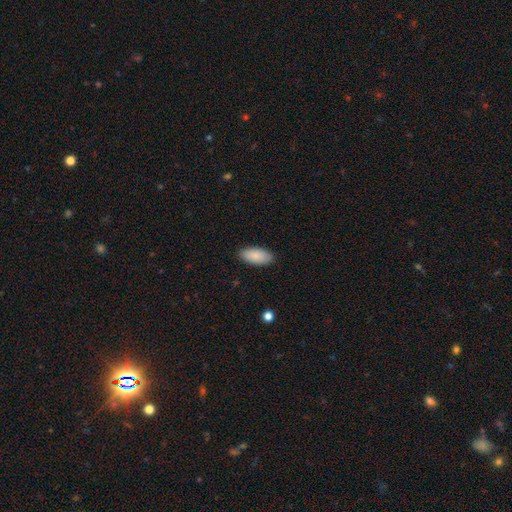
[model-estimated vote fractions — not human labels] Smooth or featured? Predicted: smooth (p=0.89). How rounded? Predicted: in between (p=0.92). Merging? Predicted: none (p=0.88).